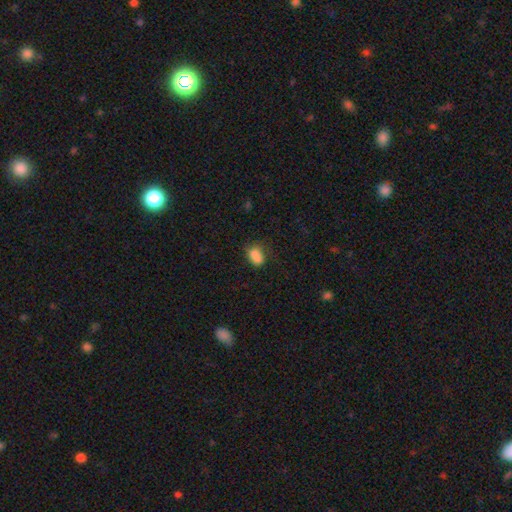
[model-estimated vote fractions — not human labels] smooth-or-featured: smooth: 81% | star or artifact: 11% | featured or disk: 8%
  how-rounded: in between: 80% | round: 17% | cigar-shaped: 3%
  merging: none: 51% | minor disturbance: 26% | merger: 13% | major disturbance: 10%